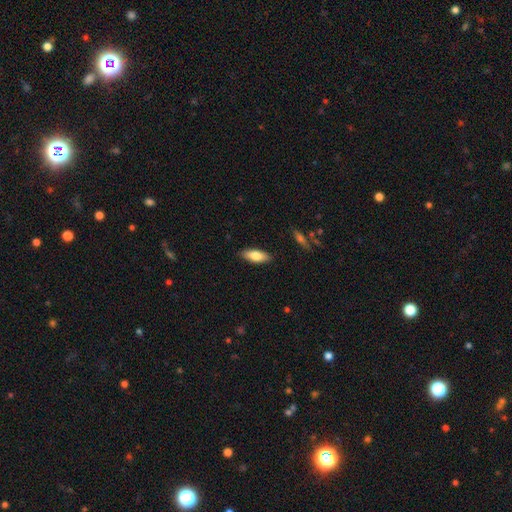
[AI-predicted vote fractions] Smooth or featured?
  - smooth: 79% *
  - featured or disk: 15%
  - star or artifact: 6%
How rounded?
  - in between: 75% *
  - cigar-shaped: 23%
  - round: 2%
Merging?
  - none: 87% *
  - minor disturbance: 10%
  - major disturbance: 2%
  - merger: 1%